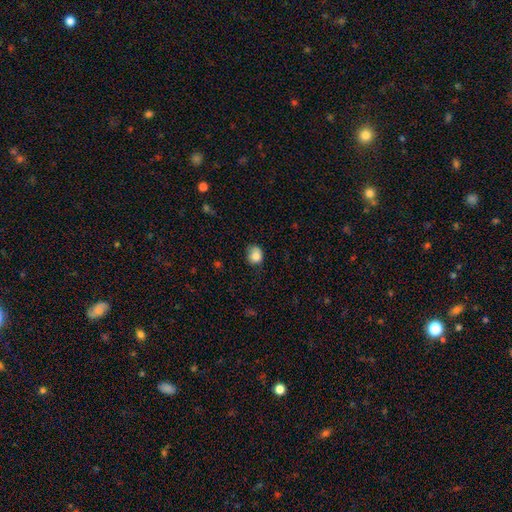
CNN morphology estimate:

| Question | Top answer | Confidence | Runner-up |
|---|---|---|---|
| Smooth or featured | smooth | 84% | star or artifact (9%) |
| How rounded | round | 72% | in between (27%) |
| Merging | none | 60% | minor disturbance (31%) |